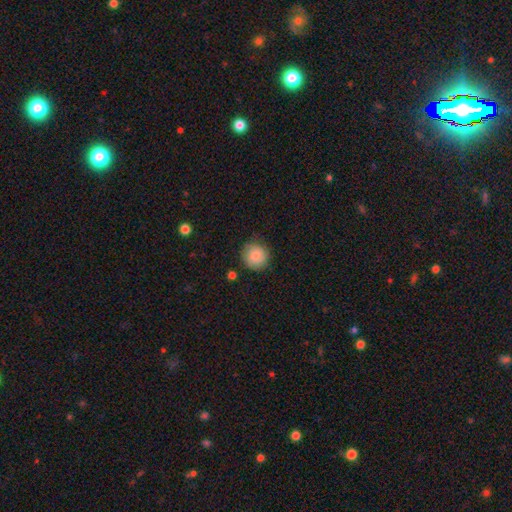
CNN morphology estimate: Q: Smooth or featured?
A: smooth (85%); runner-up: featured or disk (8%)
Q: How rounded?
A: round (93%); runner-up: in between (6%)
Q: Merging?
A: none (83%); runner-up: minor disturbance (12%)